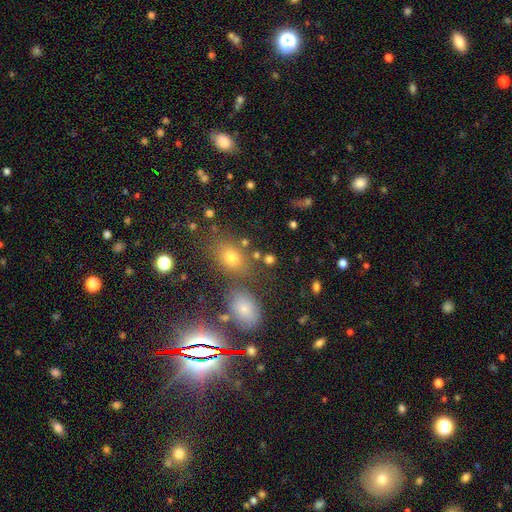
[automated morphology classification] smooth-or-featured: smooth: 64% | star or artifact: 24% | featured or disk: 11%
  how-rounded: in between: 63% | round: 34% | cigar-shaped: 3%
  merging: none: 68% | merger: 14% | minor disturbance: 13% | major disturbance: 6%